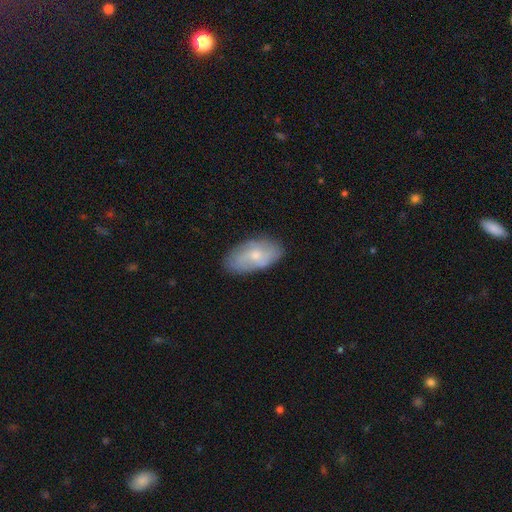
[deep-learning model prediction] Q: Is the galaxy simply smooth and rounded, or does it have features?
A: smooth — 57%.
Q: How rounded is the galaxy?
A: in between — 93%.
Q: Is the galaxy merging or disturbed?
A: none — 78%.